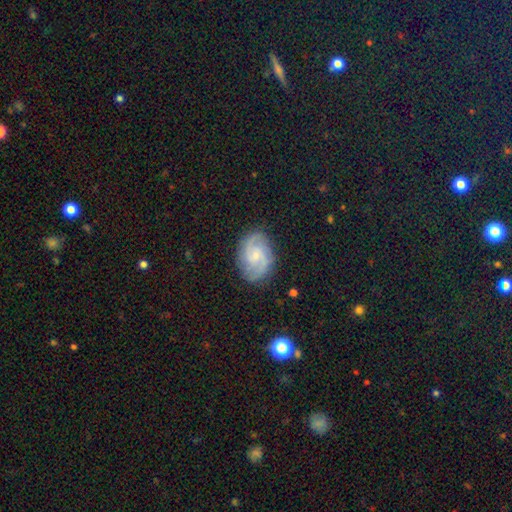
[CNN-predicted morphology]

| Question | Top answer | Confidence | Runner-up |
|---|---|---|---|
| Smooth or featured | featured or disk | 77% | smooth (16%) |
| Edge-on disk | no | 97% | yes (3%) |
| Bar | no | 53% | weak (41%) |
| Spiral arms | yes | 96% | no (4%) |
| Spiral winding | medium | 50% | tight (34%) |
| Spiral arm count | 2 | 66% | 3 (14%) |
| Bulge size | small | 67% | moderate (25%) |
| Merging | none | 81% | minor disturbance (14%) |